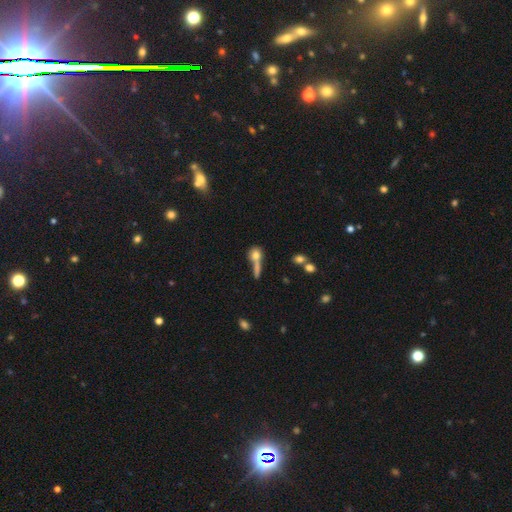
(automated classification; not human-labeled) Overall: smooth (69%). How rounded: round (53%; in between 29%). Merging: none (40%; merger 35%).